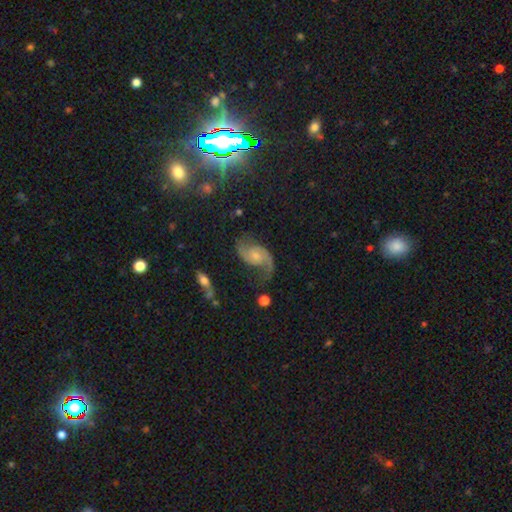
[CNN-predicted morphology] smooth-or-featured: featured or disk: 85% | smooth: 8% | star or artifact: 6%
  disk-edge-on: no: 97% | yes: 3%
    bar: no: 61% | weak: 34% | strong: 5%
    has-spiral-arms: yes: 96% | no: 4%
      spiral-winding: loose: 46% | medium: 42% | tight: 12%
      spiral-arm-count: 2: 90% | 1: 4% | can't tell: 3% | 3: 1% | 4: 1% | more than 4: 1%
    bulge-size: small: 46% | moderate: 41% | none: 7% | large: 4% | dominant: 1%
  merging: none: 63% | minor disturbance: 21% | major disturbance: 14% | merger: 3%